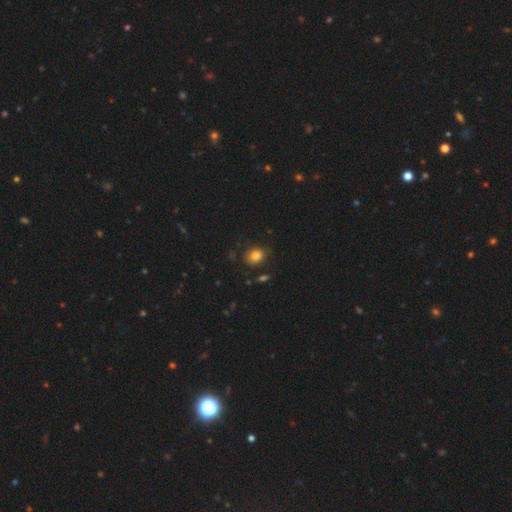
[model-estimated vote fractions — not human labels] This appears to be a smooth galaxy with no disk features (84%) that is in between round and cigar-shaped (50%). Merging: none (78%).